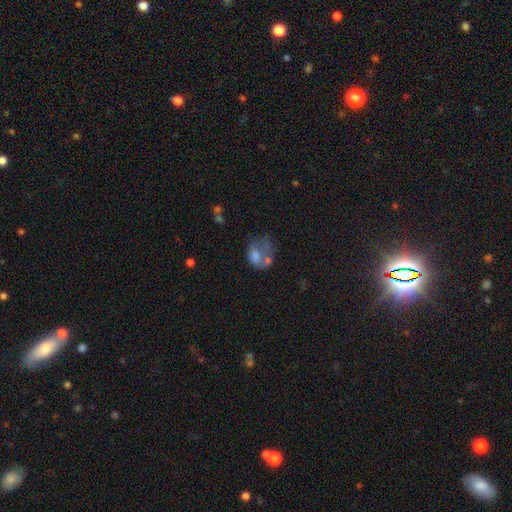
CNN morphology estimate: This appears to be a smooth galaxy with no disk features (59%) that is in between round and cigar-shaped (62%). Merging: major disturbance (32%).